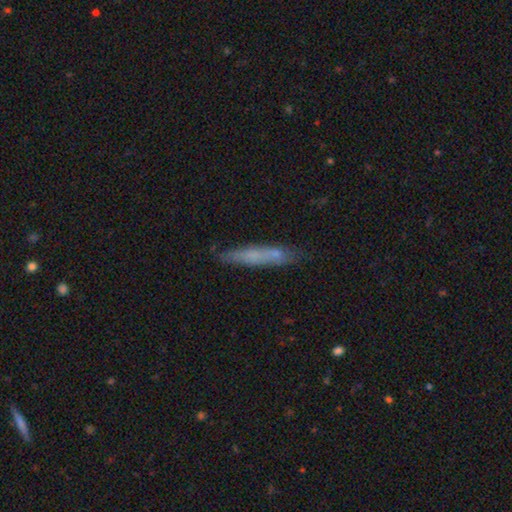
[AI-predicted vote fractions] A smooth galaxy with no disk features (62%) that is cigar-shaped (92%).

Vote fractions:
- Smooth or featured? smooth: 62% / featured or disk: 30% / star or artifact: 8%
- How rounded? cigar-shaped: 92% / in between: 7% / round: 2%
- Merging? none: 76% / minor disturbance: 16% / merger: 4% / major disturbance: 4%